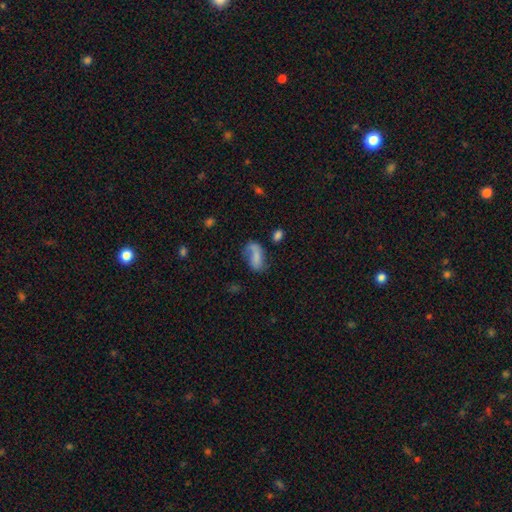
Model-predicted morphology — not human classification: Overall: smooth (63%; featured or disk 27%). How rounded: in between (88%). Merging: none (40%; major disturbance 26%).